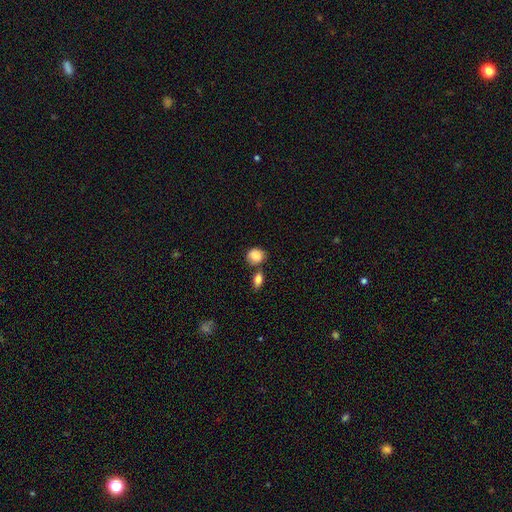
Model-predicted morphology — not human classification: Smooth or featured?
  - smooth: 86% *
  - star or artifact: 8%
  - featured or disk: 6%
How rounded?
  - round: 66% *
  - in between: 33%
  - cigar-shaped: 1%
Merging?
  - none: 62% *
  - merger: 19%
  - minor disturbance: 15%
  - major disturbance: 4%